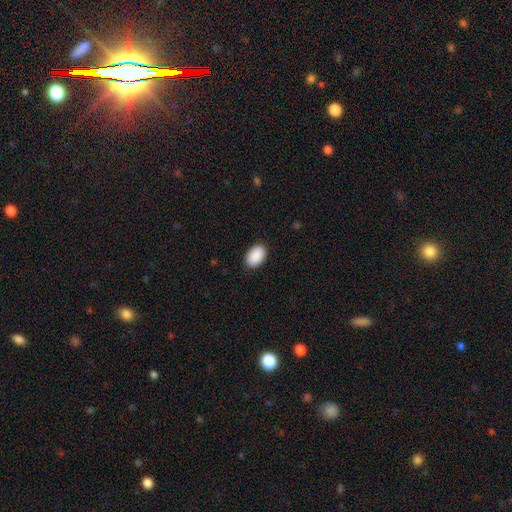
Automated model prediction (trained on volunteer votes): This appears to be a smooth galaxy with no disk features (91%) that is in between round and cigar-shaped (92%). Merging: none (90%).